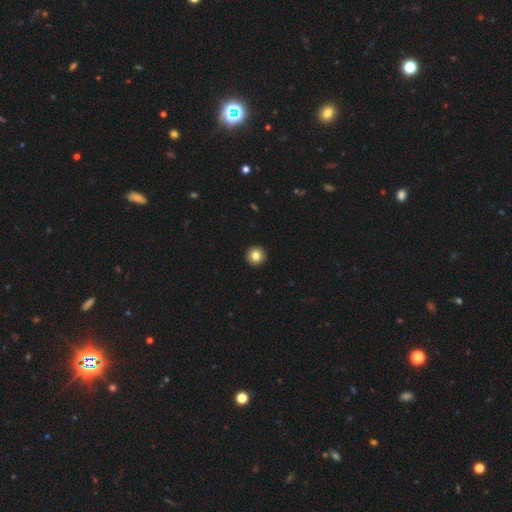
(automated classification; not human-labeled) The model was most divided on "smooth or featured": smooth: 82%, star or artifact: 10%, featured or disk: 8%. More confident: how rounded — round (95%); merging — none (94%).